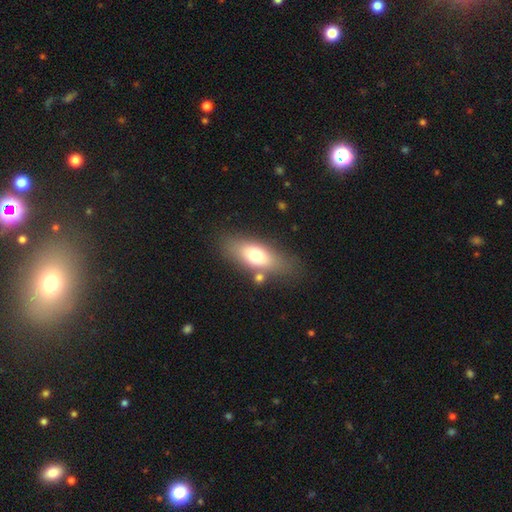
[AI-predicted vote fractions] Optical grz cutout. It shows a smooth galaxy with no disk features (69%) that is in between round and cigar-shaped (77%). Merging: none (73%).